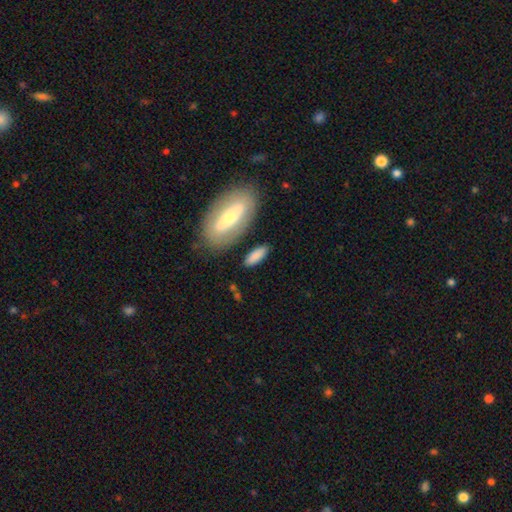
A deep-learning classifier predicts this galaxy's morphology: The model was most divided on "how rounded": in between: 64%, cigar-shaped: 33%, round: 3%. More confident: smooth or featured — smooth (81%); merging — none (81%).